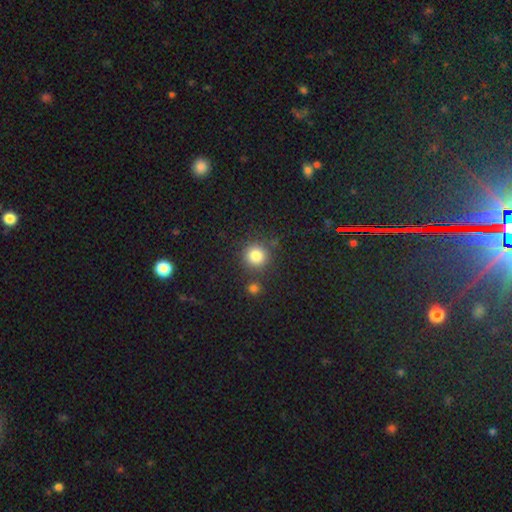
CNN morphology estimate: Smooth or featured: smooth — 83% (star or artifact — 12%)
How rounded: round — 92% (in between — 7%)
Merging: none — 80% (minor disturbance — 9%)